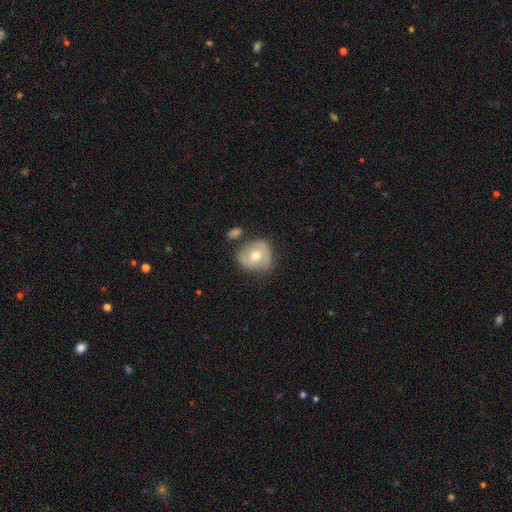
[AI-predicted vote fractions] smooth 47% (tied), featured or disk 47% (tied), star or artifact 7%. Down the decision tree: merging — none (56%).